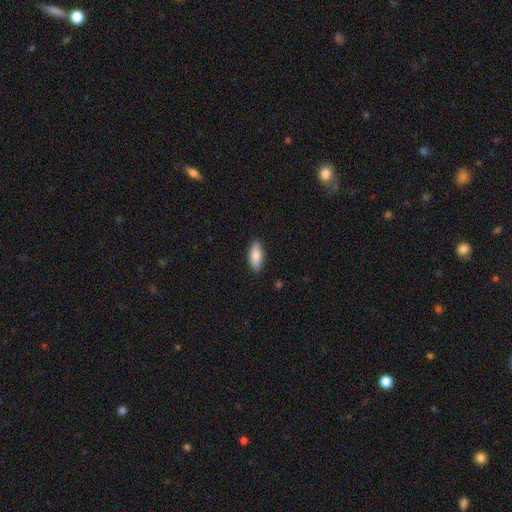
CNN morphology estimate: The model was most divided on "how rounded": in between: 83%, cigar-shaped: 15%, round: 2%. More confident: merging — none (88%); smooth or featured — smooth (83%).